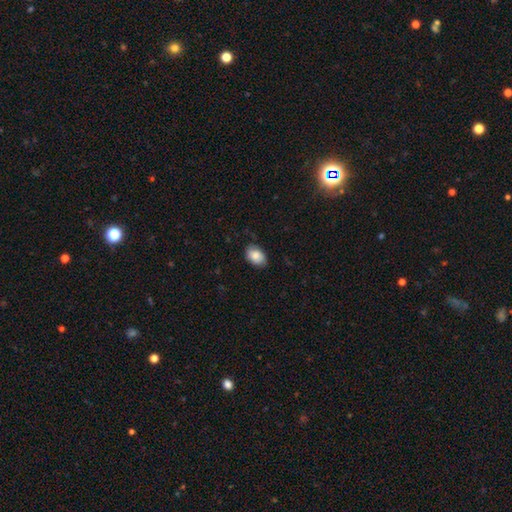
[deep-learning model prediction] smooth 83%, featured or disk 10%, star or artifact 7%. Down the decision tree: how rounded — in between (86%); merging — none (78%).